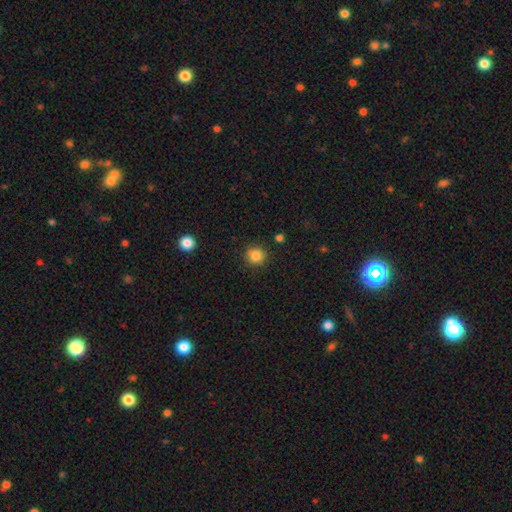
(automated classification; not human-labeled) This appears to be a smooth galaxy with no disk features (85%) that is round (92%). Merging: none (90%).